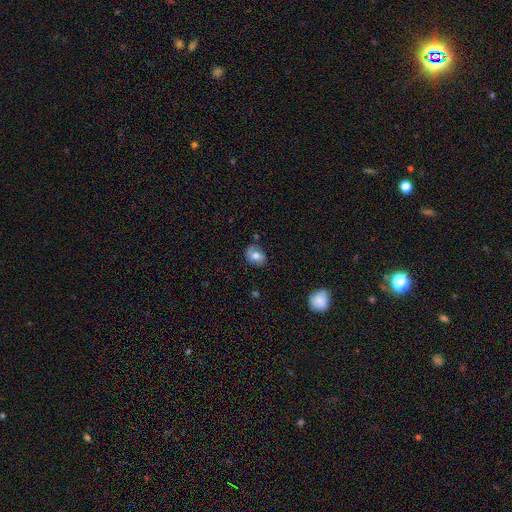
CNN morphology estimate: A smooth galaxy with no disk features (71%) that is in between round and cigar-shaped (54%).

Vote fractions:
- Smooth or featured? smooth: 71% / featured or disk: 20% / star or artifact: 9%
- How rounded? in between: 54% / round: 45% / cigar-shaped: 1%
- Merging? none: 70% / minor disturbance: 22% / major disturbance: 5% / merger: 3%